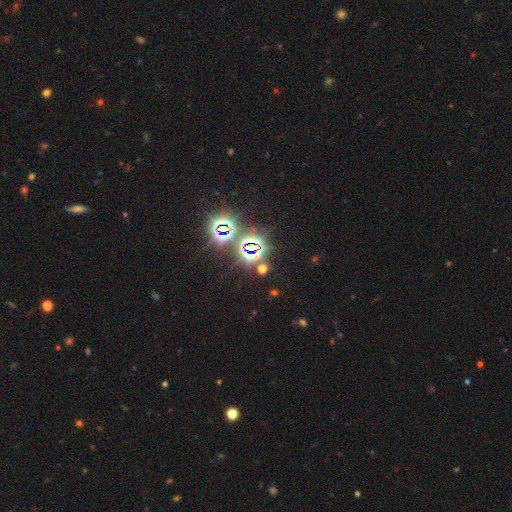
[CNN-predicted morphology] The model was most divided on "smooth or featured": star or artifact: 80%, smooth: 12%, featured or disk: 7%.